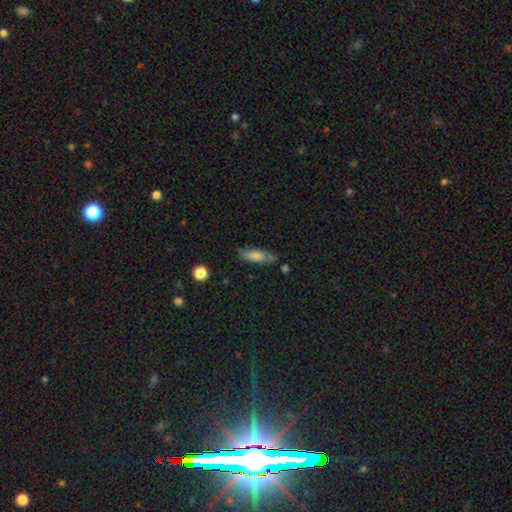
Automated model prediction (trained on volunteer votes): Morphology: type=smooth (69%); roundness=cigar-shaped (50%); merging=none (66%).